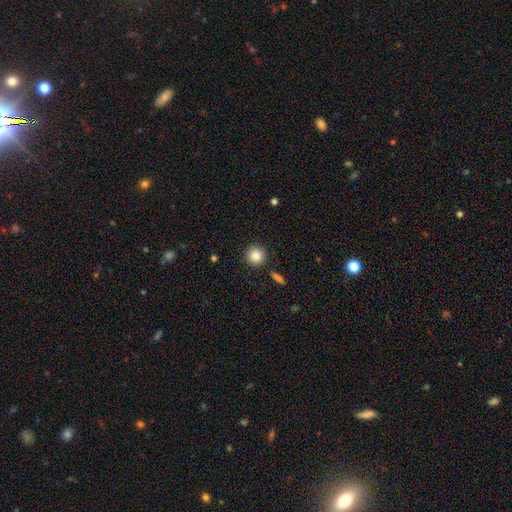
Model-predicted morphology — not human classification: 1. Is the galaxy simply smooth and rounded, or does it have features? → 84% smooth, 9% star or artifact, 7% featured or disk.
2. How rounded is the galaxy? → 95% round, 4% in between, 1% cigar-shaped.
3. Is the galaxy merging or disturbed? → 90% none, 6% minor disturbance, 2% merger, 2% major disturbance.